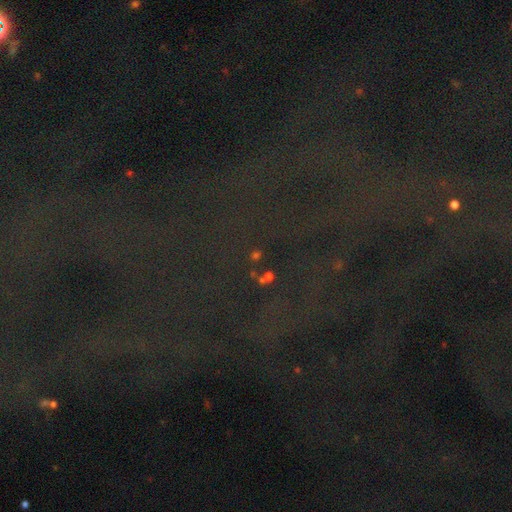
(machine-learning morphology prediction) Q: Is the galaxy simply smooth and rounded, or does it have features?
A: star or artifact — 73%.